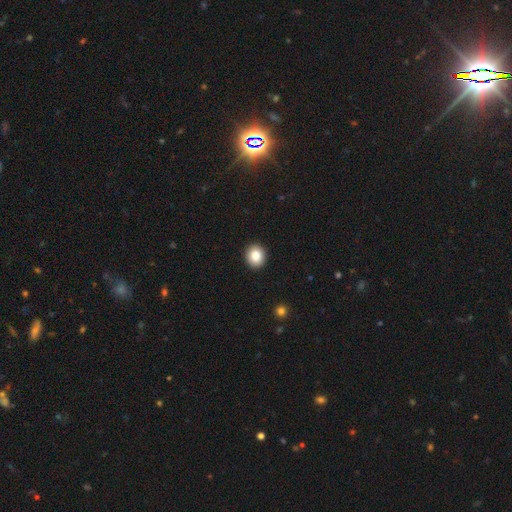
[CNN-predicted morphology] Smooth or featured? smooth (86%)
How rounded? round (79%)
Merging? none (92%)